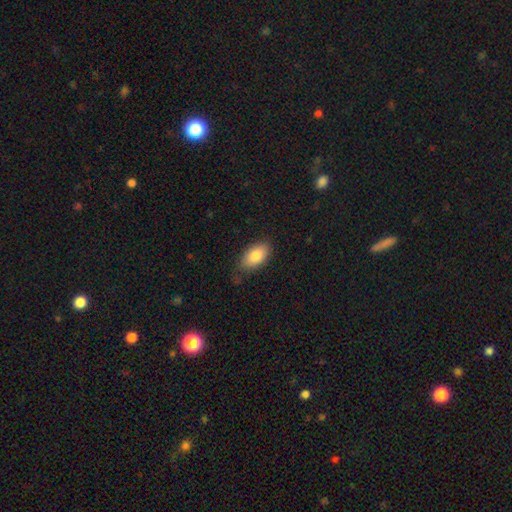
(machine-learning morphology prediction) A smooth galaxy with no disk features (84%) that is in between round and cigar-shaped (93%).

Vote fractions:
- Smooth or featured? smooth: 84% / featured or disk: 10% / star or artifact: 6%
- How rounded? in between: 93% / round: 4% / cigar-shaped: 3%
- Merging? none: 72% / minor disturbance: 21% / major disturbance: 5% / merger: 2%